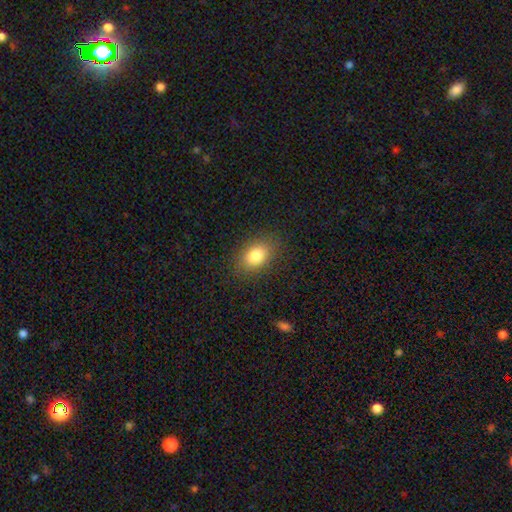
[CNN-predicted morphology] type=smooth (81%); roundness=in between (76%); merging=none (85%).